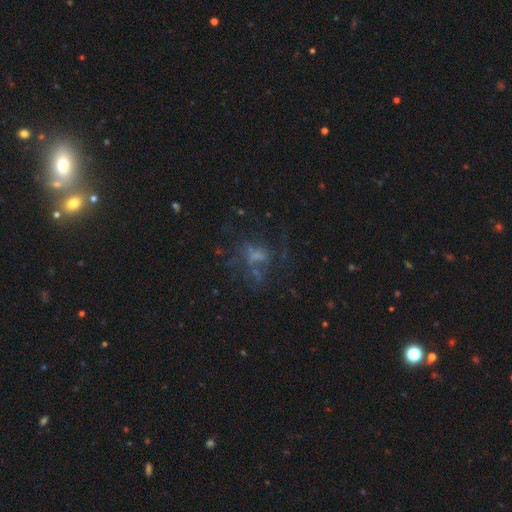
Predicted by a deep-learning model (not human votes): This is possibly a featured or disk galaxy (45%). Merging: marginally none (42%).